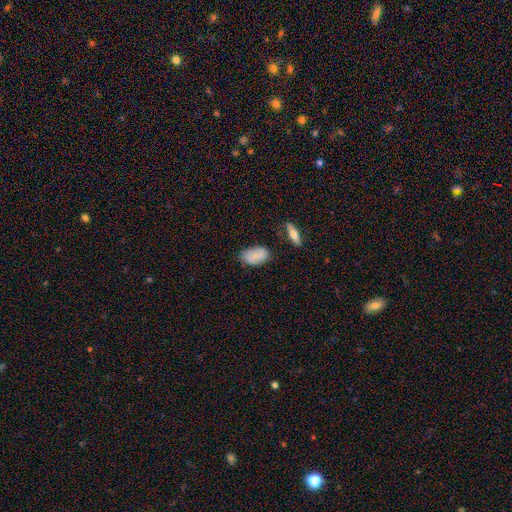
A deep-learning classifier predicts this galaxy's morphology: Smooth or featured? Predicted: smooth (p=0.76). How rounded? Predicted: in between (p=0.92). Merging? Predicted: none (p=0.69).